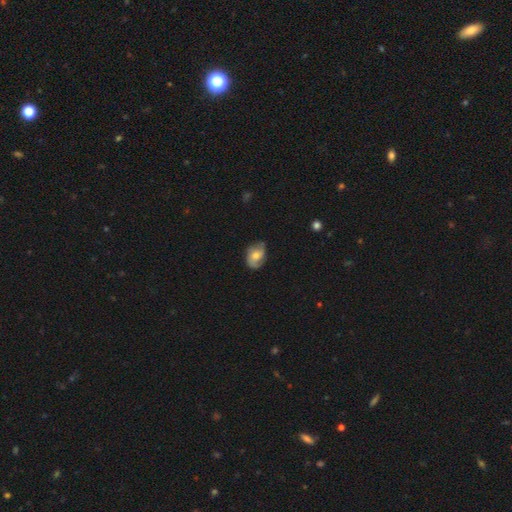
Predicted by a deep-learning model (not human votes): Smooth or featured? smooth (48%)
Merging? none (63%)